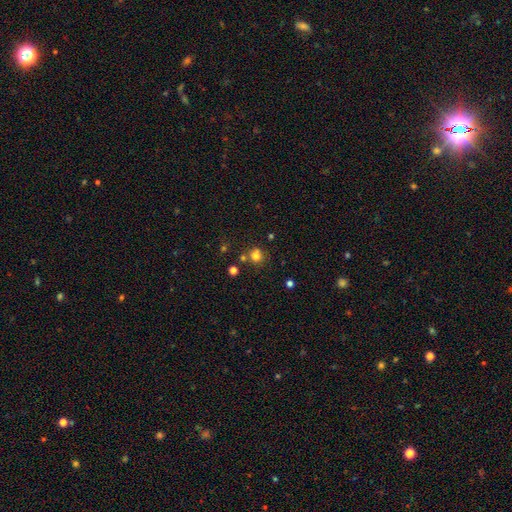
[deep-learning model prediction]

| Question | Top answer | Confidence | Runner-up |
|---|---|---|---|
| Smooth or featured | smooth | 75% | star or artifact (17%) |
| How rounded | round | 86% | in between (13%) |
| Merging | none | 68% | merger (16%) |